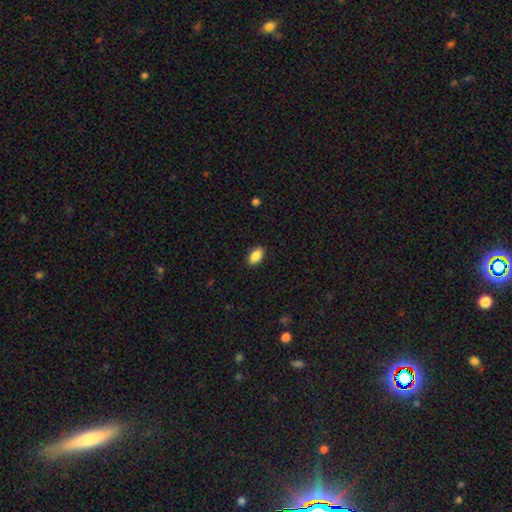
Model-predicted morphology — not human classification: The model was most divided on "merging": none: 89%, minor disturbance: 8%, major disturbance: 2%, merger: 1%. More confident: how rounded — in between (93%); smooth or featured — smooth (89%).